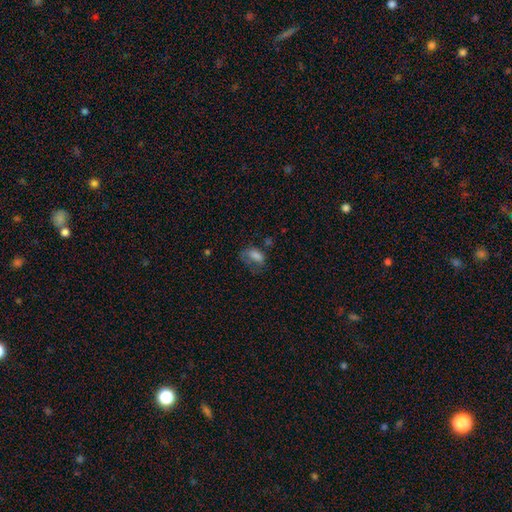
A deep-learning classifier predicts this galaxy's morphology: This is likely a smooth galaxy (73%). How rounded: clearly in between (86%). Merging: marginally major disturbance (35%).